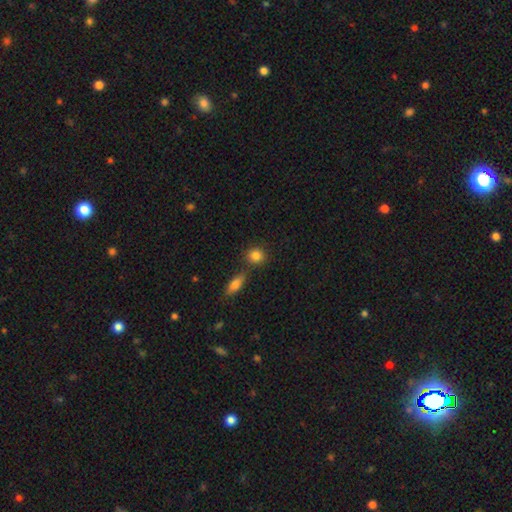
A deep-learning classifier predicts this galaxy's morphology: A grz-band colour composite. It shows a smooth galaxy with no disk features (84%) that is round (80%). Merging: none (72%).